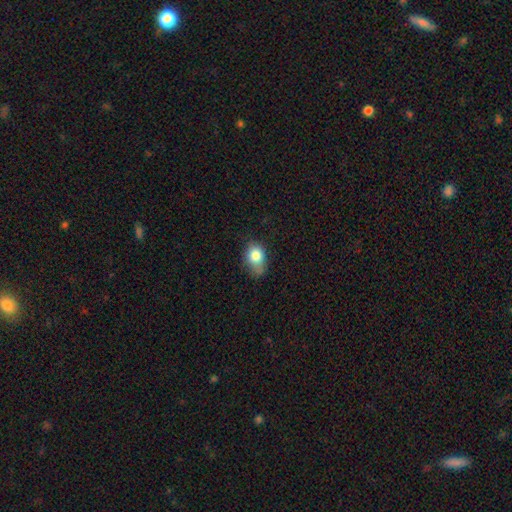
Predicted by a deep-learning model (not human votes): Smooth or featured?
  - smooth: 81% *
  - featured or disk: 10%
  - star or artifact: 9%
How rounded?
  - in between: 71% *
  - round: 28%
  - cigar-shaped: 1%
Merging?
  - none: 44% *
  - minor disturbance: 40%
  - major disturbance: 13%
  - merger: 3%